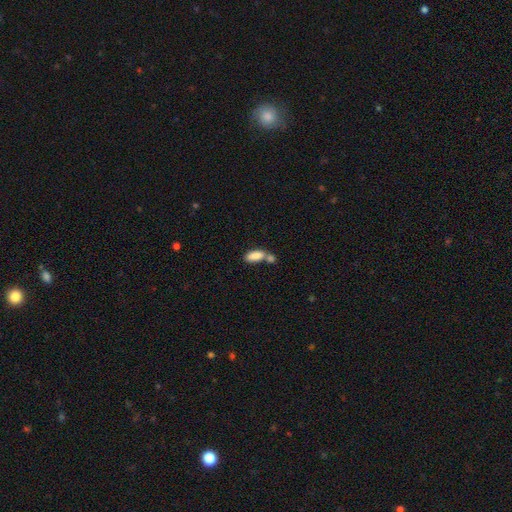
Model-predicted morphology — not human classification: smooth_or_featured: smooth (p=0.84) [alt: star or artifact p=0.08]
how_rounded: in between (p=0.84) [alt: cigar-shaped p=0.13]
merging: merger (p=0.51) [alt: none p=0.34]